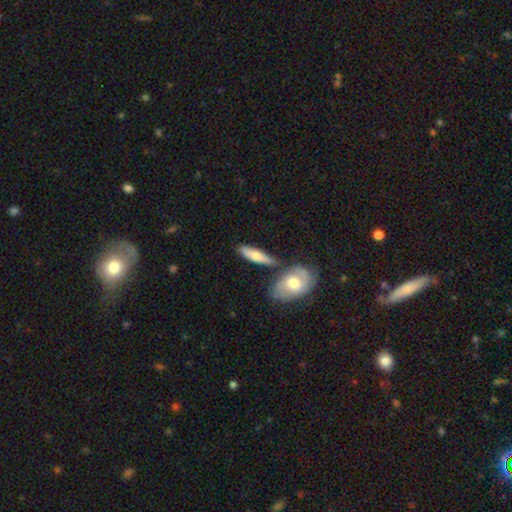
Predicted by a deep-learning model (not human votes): A smooth galaxy with no disk features (56%) that is cigar-shaped (59%). Merging: none (68%).